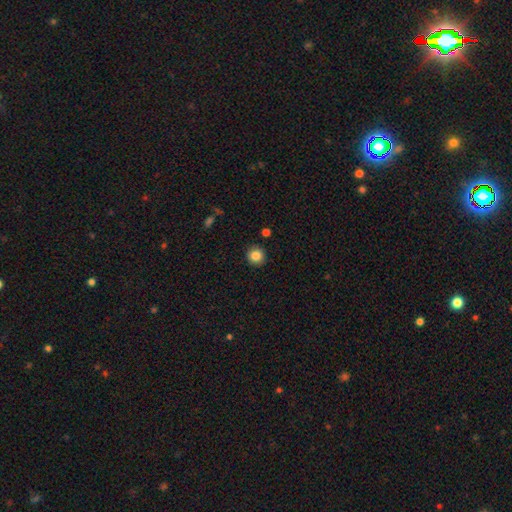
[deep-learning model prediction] A smooth galaxy with no disk features (85%) that is round (92%). Merging: none (90%).